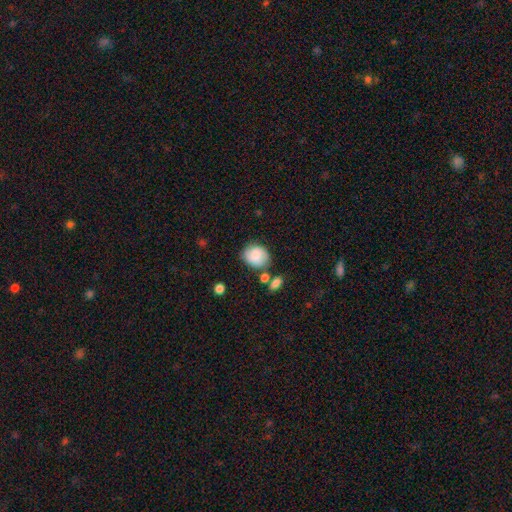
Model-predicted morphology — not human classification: Smooth or featured? Predicted: smooth (p=0.72). How rounded? Predicted: round (p=0.60). Merging? Predicted: none (p=0.67).